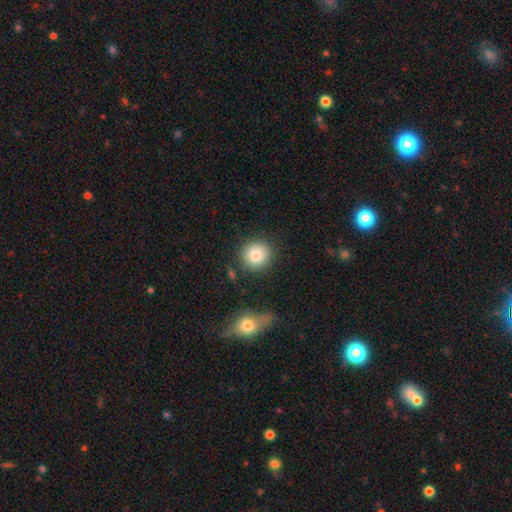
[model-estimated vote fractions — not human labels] smooth-or-featured: smooth: 83% | star or artifact: 9% | featured or disk: 8%
  how-rounded: round: 90% | in between: 9% | cigar-shaped: 1%
  merging: none: 84% | minor disturbance: 9% | merger: 4% | major disturbance: 3%